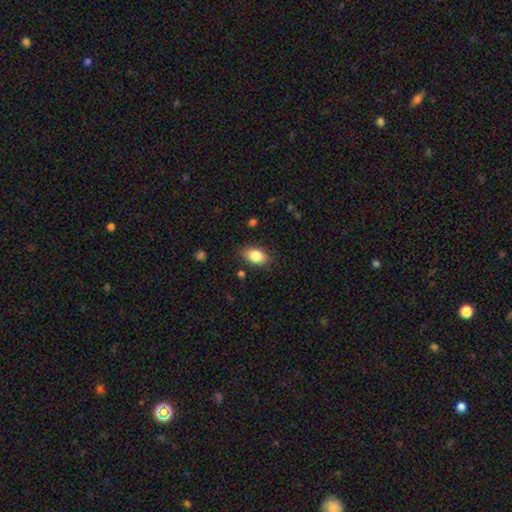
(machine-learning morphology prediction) Smooth or featured: smooth — 83% (featured or disk — 9%)
How rounded: in between — 89% (round — 9%)
Merging: none — 84% (minor disturbance — 12%)